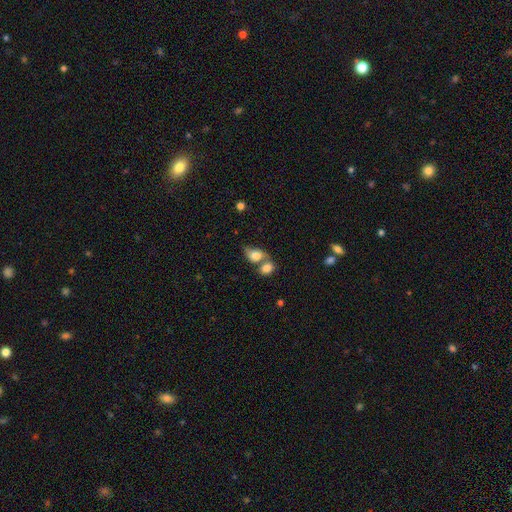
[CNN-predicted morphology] Smooth or featured: smooth — 75% (featured or disk — 16%)
How rounded: in between — 69% (round — 29%)
Merging: merger — 57% (none — 25%)